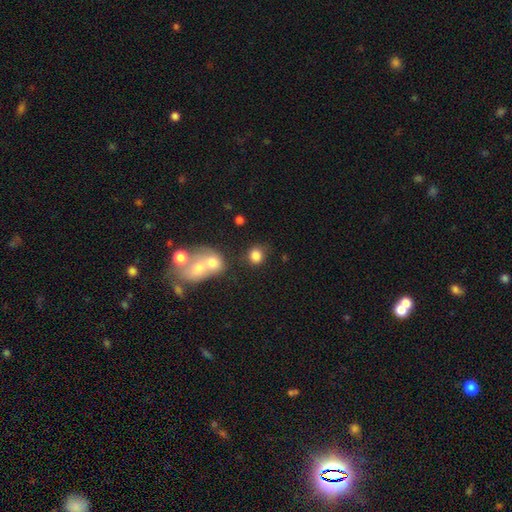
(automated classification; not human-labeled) smooth-or-featured: smooth: 82% | star or artifact: 11% | featured or disk: 7%
  how-rounded: round: 78% | in between: 21% | cigar-shaped: 1%
  merging: none: 63% | merger: 18% | minor disturbance: 13% | major disturbance: 6%